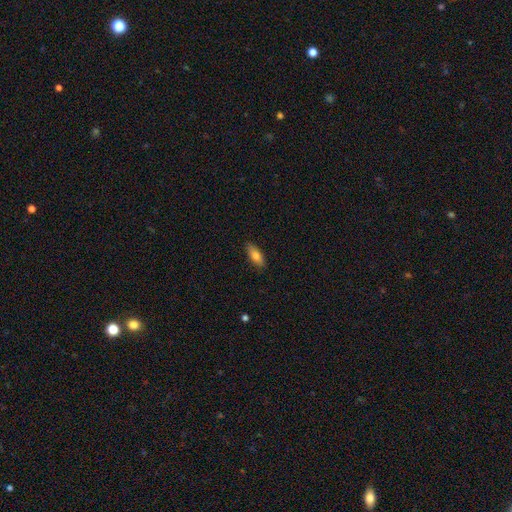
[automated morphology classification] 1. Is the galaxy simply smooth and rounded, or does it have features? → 77% smooth, 17% featured or disk, 7% star or artifact.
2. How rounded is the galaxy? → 76% in between, 21% cigar-shaped, 3% round.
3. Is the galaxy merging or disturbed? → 87% none, 10% minor disturbance, 2% major disturbance, 1% merger.